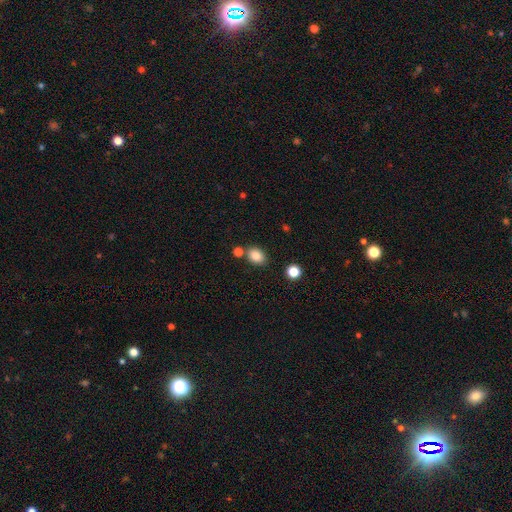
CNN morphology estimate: This is clearly a smooth galaxy (84%). How rounded: likely in between (67%). Merging: likely none (77%).